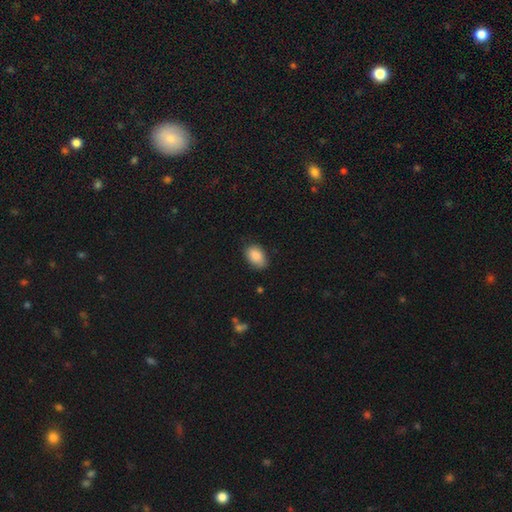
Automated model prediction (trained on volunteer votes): smooth 88%, star or artifact 7%, featured or disk 5%. Down the decision tree: how rounded — in between (88%); merging — none (76%).